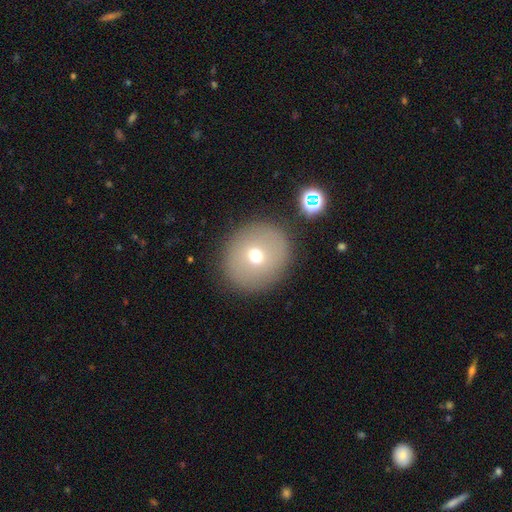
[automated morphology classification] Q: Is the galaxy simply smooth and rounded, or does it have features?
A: smooth — 65%.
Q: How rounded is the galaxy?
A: round — 88%.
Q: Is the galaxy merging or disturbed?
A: none — 87%.